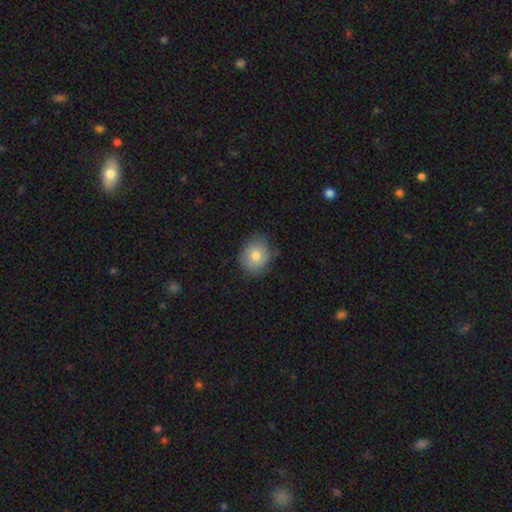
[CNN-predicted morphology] Smooth or featured?
  - smooth: 76% *
  - featured or disk: 16%
  - star or artifact: 9%
How rounded?
  - round: 68% *
  - in between: 31%
  - cigar-shaped: 1%
Merging?
  - none: 72% *
  - minor disturbance: 22%
  - major disturbance: 5%
  - merger: 1%